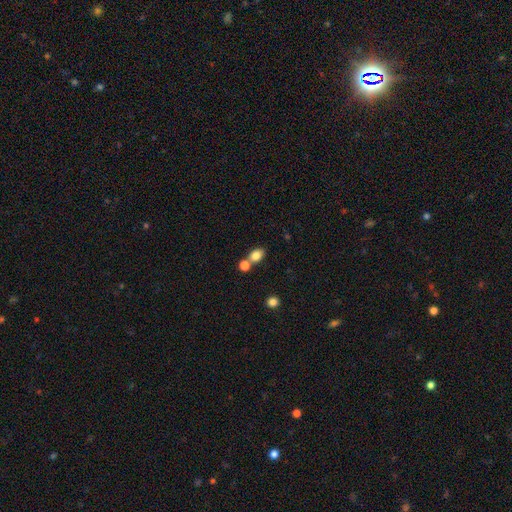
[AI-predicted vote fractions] Smooth or featured: smooth — 82% (star or artifact — 10%)
How rounded: in between — 73% (round — 25%)
Merging: none — 55% (merger — 32%)